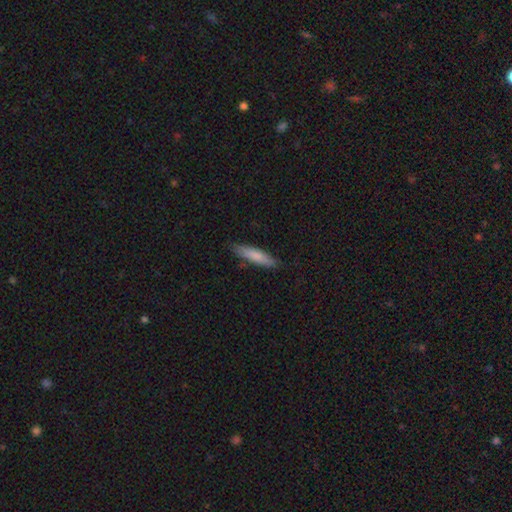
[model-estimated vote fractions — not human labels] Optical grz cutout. It shows a smooth galaxy with no disk features (79%) that is cigar-shaped (82%). Merging: none (83%).